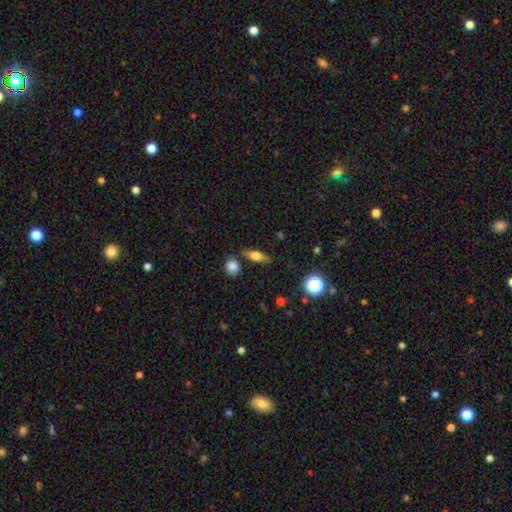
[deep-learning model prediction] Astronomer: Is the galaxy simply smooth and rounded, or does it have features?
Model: smooth — 55% (runner-up: featured or disk, 35%).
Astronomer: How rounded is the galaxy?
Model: in between — 53% (runner-up: cigar-shaped, 39%).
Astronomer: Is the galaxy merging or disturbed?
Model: none — 79%.